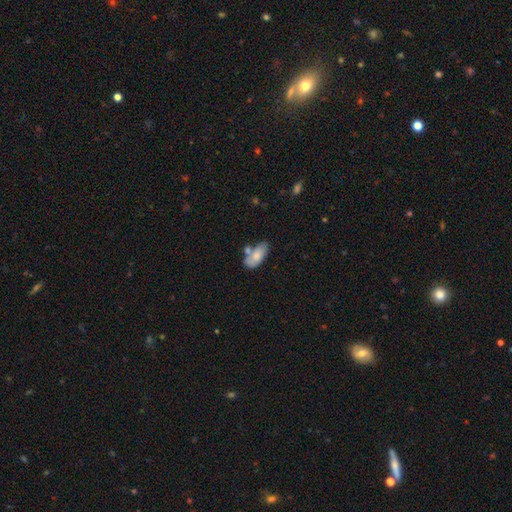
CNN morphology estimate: The model was most divided on "merging": none: 45%, merger: 25%, minor disturbance: 23%, major disturbance: 8%. More confident: how rounded — in between (92%); smooth or featured — smooth (74%).